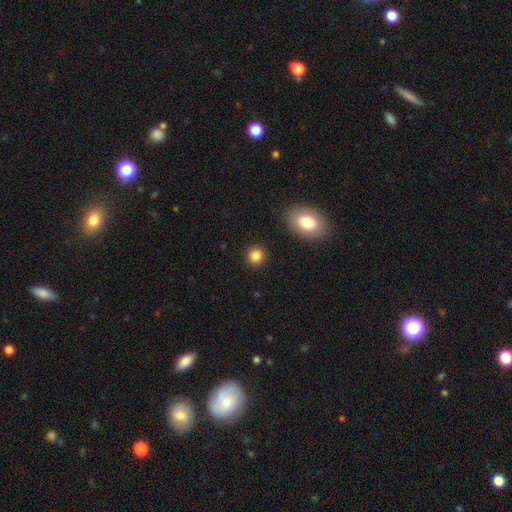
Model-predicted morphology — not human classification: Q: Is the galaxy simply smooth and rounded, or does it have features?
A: smooth — 84%.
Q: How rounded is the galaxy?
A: round — 89%.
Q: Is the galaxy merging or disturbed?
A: none — 91%.